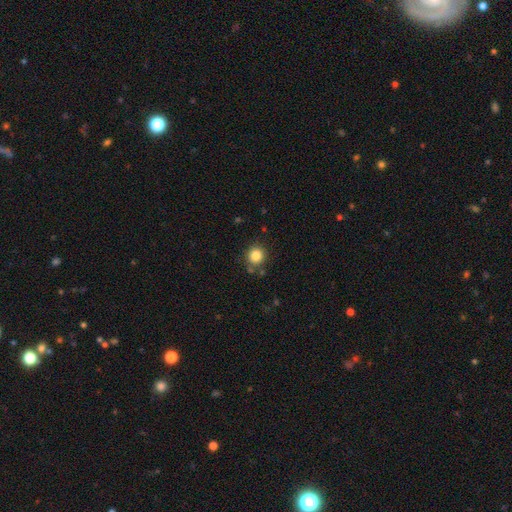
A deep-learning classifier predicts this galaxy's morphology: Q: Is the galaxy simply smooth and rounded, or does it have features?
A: smooth — 84%.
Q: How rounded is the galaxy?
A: round — 89%.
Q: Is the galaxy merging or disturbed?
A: none — 82%.